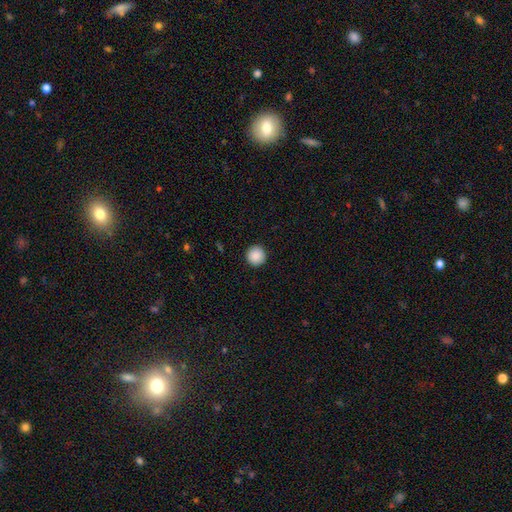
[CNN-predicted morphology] type=smooth (89%); roundness=round (96%); merging=none (93%).